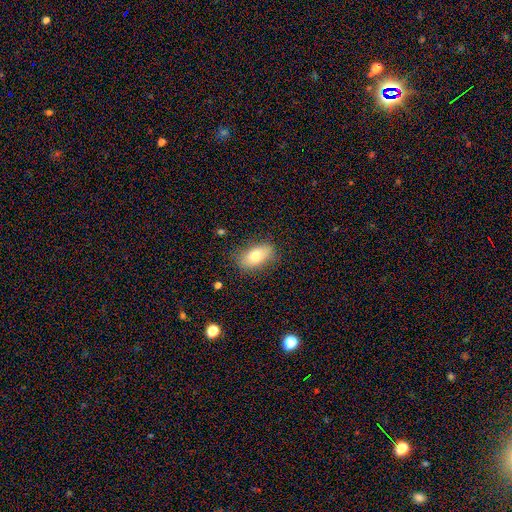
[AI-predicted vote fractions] smooth-or-featured: smooth: 74% | featured or disk: 18% | star or artifact: 8%
  how-rounded: in between: 88% | round: 7% | cigar-shaped: 6%
  merging: none: 81% | minor disturbance: 14% | major disturbance: 4% | merger: 1%